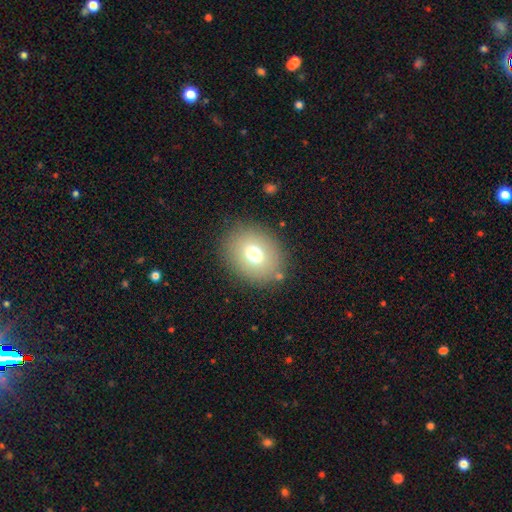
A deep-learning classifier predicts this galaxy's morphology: Smooth or featured? Predicted: smooth (p=0.72). How rounded? Predicted: in between (p=0.57). Merging? Predicted: none (p=0.85).